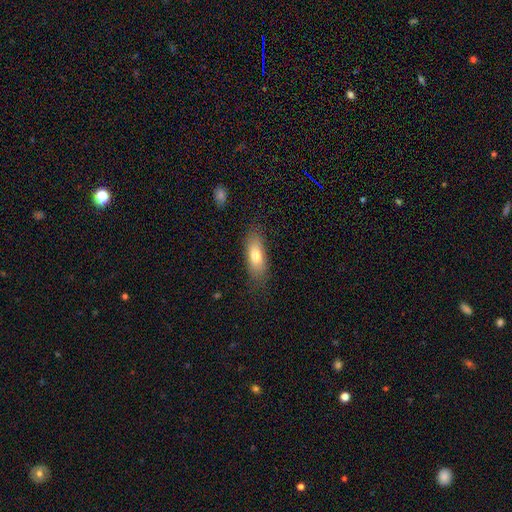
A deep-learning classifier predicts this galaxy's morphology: Smooth or featured? smooth (75%)
How rounded? in between (72%)
Merging? none (79%)